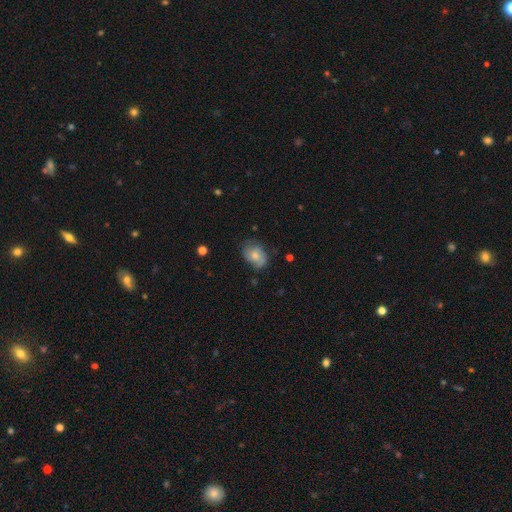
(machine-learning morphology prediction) type=smooth (62%); roundness=in between (72%); merging=none (61%).